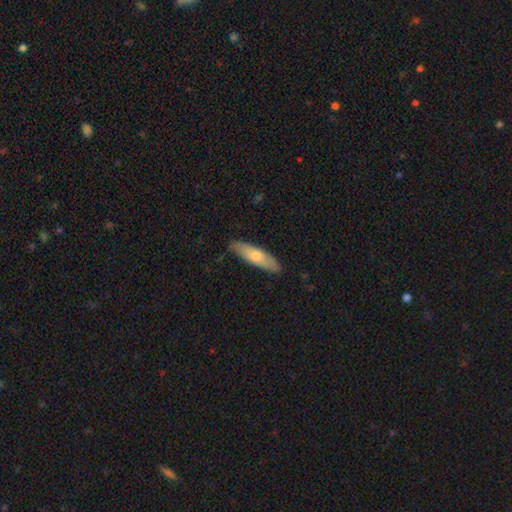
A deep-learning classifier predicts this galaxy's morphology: Q: Smooth or featured?
A: smooth (65%); runner-up: featured or disk (30%)
Q: How rounded?
A: cigar-shaped (66%); runner-up: in between (32%)
Q: Merging?
A: none (85%); runner-up: minor disturbance (12%)